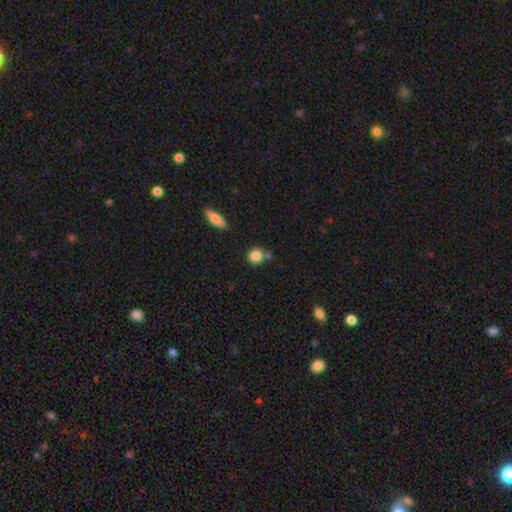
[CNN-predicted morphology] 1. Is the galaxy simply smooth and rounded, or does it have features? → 85% smooth, 9% star or artifact, 6% featured or disk.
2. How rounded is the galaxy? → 84% round, 15% in between, 2% cigar-shaped.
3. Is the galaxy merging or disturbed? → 63% none, 20% merger, 14% minor disturbance, 4% major disturbance.